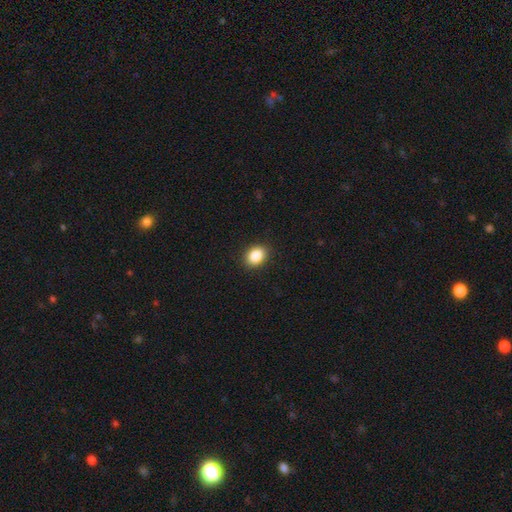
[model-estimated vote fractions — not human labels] Smooth or featured? Predicted: smooth (p=0.87). How rounded? Predicted: in between (p=0.60). Merging? Predicted: none (p=0.90).